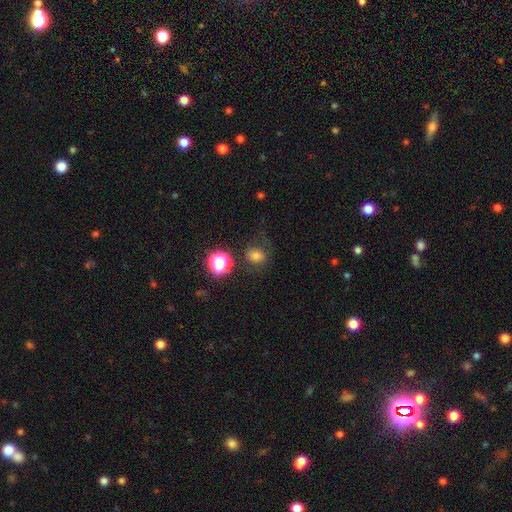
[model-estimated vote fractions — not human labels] smooth-or-featured: smooth: 70% | star or artifact: 19% | featured or disk: 11%
  how-rounded: round: 71% | in between: 28% | cigar-shaped: 1%
  merging: none: 65% | minor disturbance: 18% | major disturbance: 13% | merger: 4%